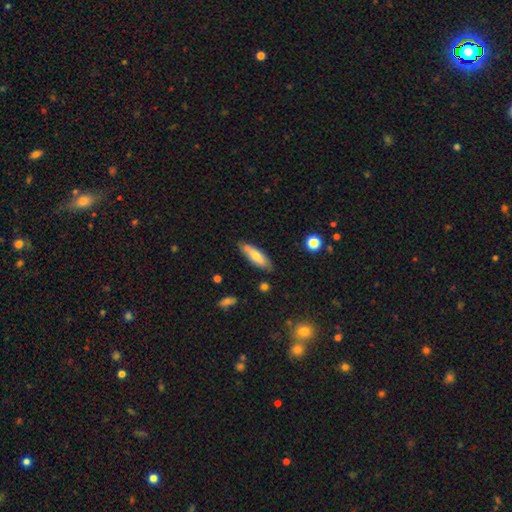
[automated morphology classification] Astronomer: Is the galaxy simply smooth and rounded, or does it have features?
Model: smooth — 66%.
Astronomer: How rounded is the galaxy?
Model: cigar-shaped — 52% (runner-up: in between, 46%).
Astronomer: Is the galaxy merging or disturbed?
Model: none — 75%.